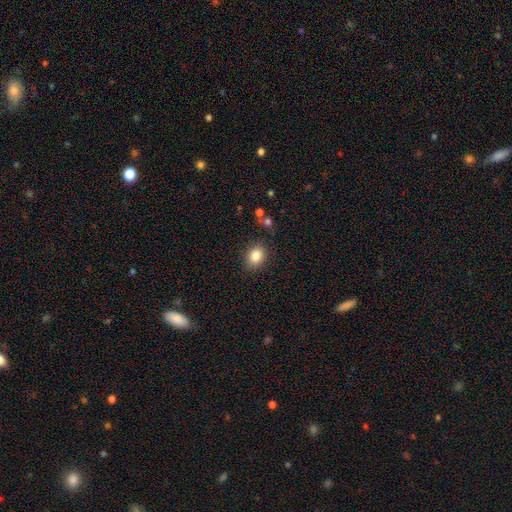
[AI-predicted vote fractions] Smooth or featured?
  - smooth: 85% *
  - star or artifact: 9%
  - featured or disk: 6%
How rounded?
  - in between: 60% *
  - round: 39%
  - cigar-shaped: 1%
Merging?
  - none: 84% *
  - minor disturbance: 10%
  - major disturbance: 3%
  - merger: 2%